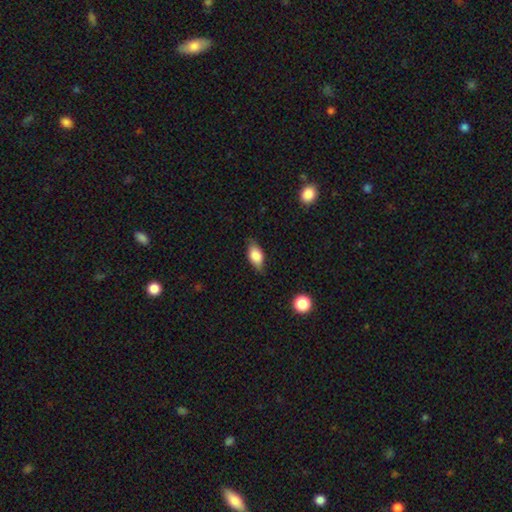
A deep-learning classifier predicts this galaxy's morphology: smooth 79%, featured or disk 14%, star or artifact 7%. Down the decision tree: how rounded — in between (86%); merging — none (76%).